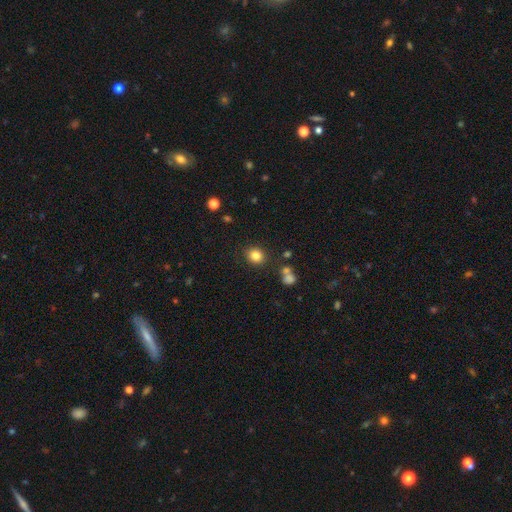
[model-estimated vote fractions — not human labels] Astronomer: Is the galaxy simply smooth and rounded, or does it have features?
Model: smooth — 83%.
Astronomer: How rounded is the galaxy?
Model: round — 72%.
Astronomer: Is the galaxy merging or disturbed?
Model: none — 85%.